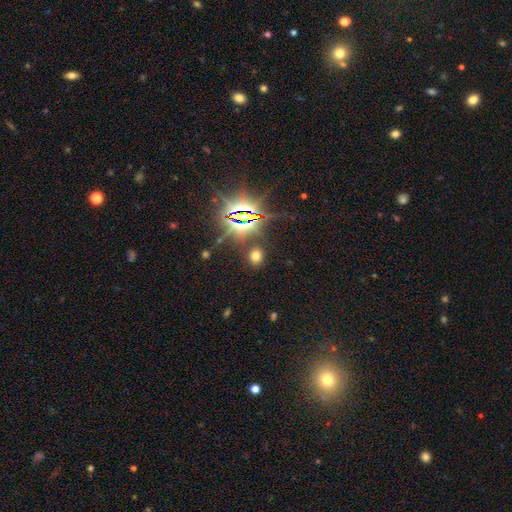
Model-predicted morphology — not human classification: The model was most divided on "how rounded": round: 59%, in between: 39%, cigar-shaped: 2%. More confident: merging — none (85%); smooth or featured — smooth (59%).